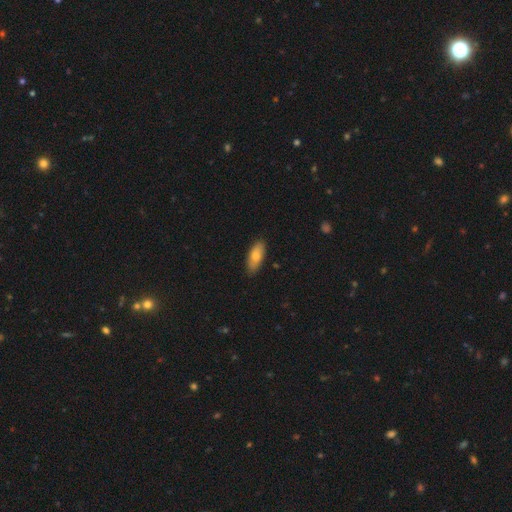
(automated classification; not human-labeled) Overall: smooth (76%). How rounded: in between (79%). Merging: none (87%).